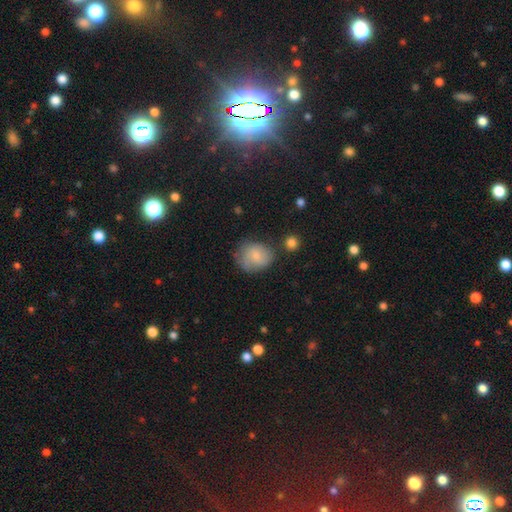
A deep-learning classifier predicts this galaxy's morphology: Smooth or featured? Predicted: smooth (p=0.74). How rounded? Predicted: round (p=0.64). Merging? Predicted: none (p=0.56).